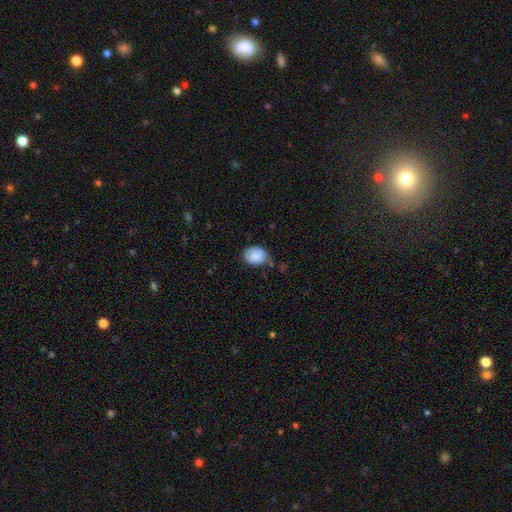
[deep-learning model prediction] smooth_or_featured: smooth (p=0.87) [alt: star or artifact p=0.07]
how_rounded: in between (p=0.59) [alt: round p=0.40]
merging: none (p=0.63) [alt: minor disturbance p=0.28]